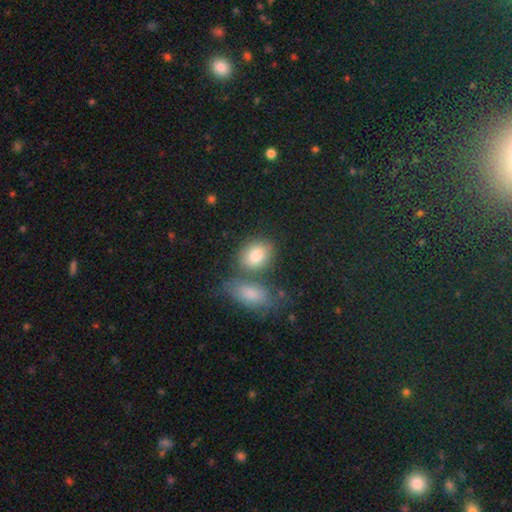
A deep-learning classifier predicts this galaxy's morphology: smooth_or_featured: smooth (p=0.82) [alt: featured or disk p=0.11]
how_rounded: in between (p=0.70) [alt: round p=0.27]
merging: none (p=0.53) [alt: merger p=0.28]